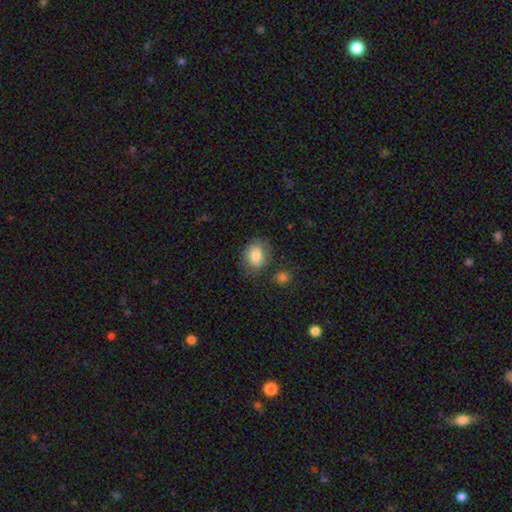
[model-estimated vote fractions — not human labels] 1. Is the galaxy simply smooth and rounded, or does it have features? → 82% smooth, 10% featured or disk, 8% star or artifact.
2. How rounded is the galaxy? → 55% in between, 44% round, 1% cigar-shaped.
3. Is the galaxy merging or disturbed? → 73% none, 17% minor disturbance, 5% major disturbance, 5% merger.